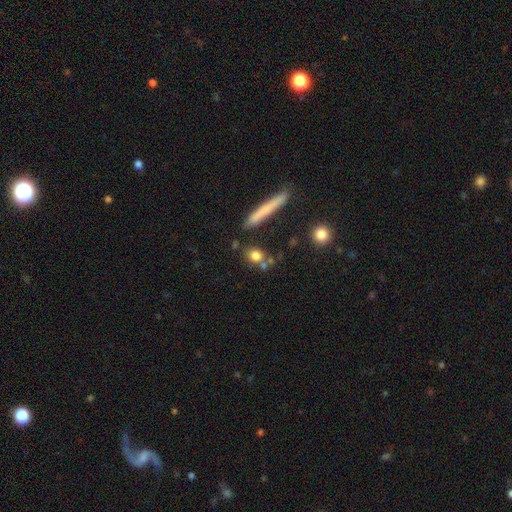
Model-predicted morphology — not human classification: Q: Smooth or featured?
A: smooth (78%); runner-up: featured or disk (12%)
Q: How rounded?
A: round (57%); runner-up: in between (29%)
Q: Merging?
A: none (68%); runner-up: merger (17%)